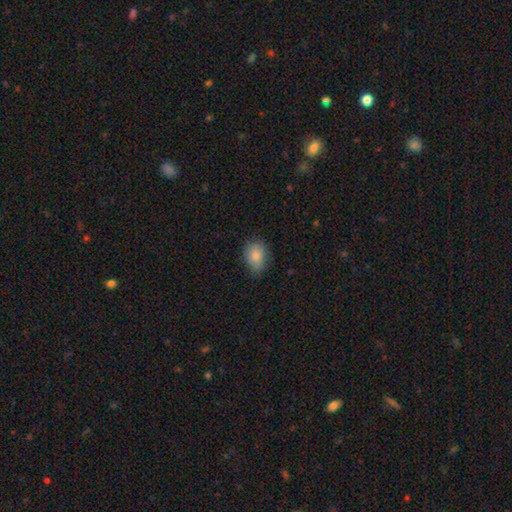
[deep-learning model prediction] The model was most divided on "how rounded": in between: 72%, round: 27%, cigar-shaped: 1%. More confident: smooth or featured — smooth (85%); merging — none (77%).